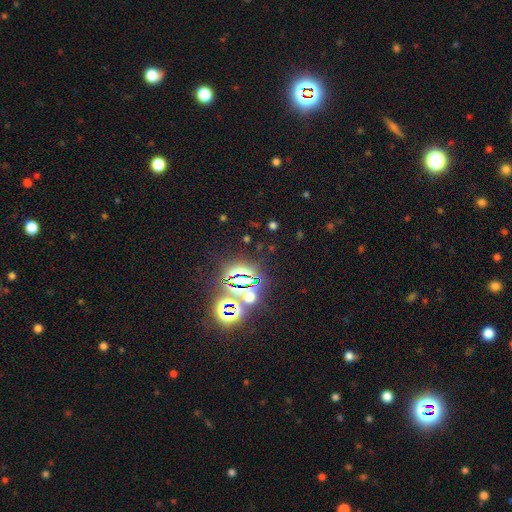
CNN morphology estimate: This is clearly a star or artifact rather than a galaxy (80%).